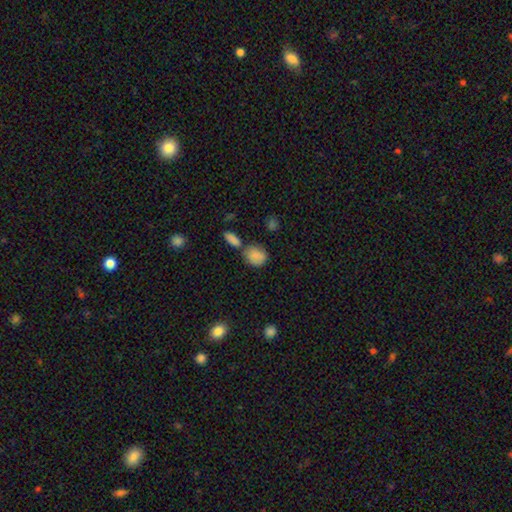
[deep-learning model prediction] smooth_or_featured: smooth (p=0.85) [alt: star or artifact p=0.09]
how_rounded: round (p=0.55) [alt: in between p=0.43]
merging: none (p=0.57) [alt: merger p=0.21]